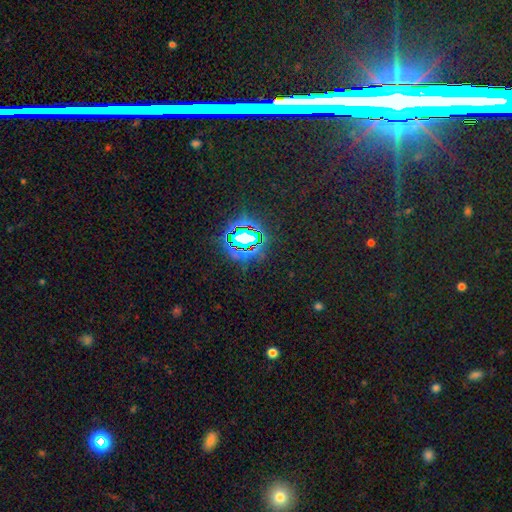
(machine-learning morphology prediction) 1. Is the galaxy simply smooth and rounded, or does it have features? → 80% star or artifact, 11% smooth, 10% featured or disk.